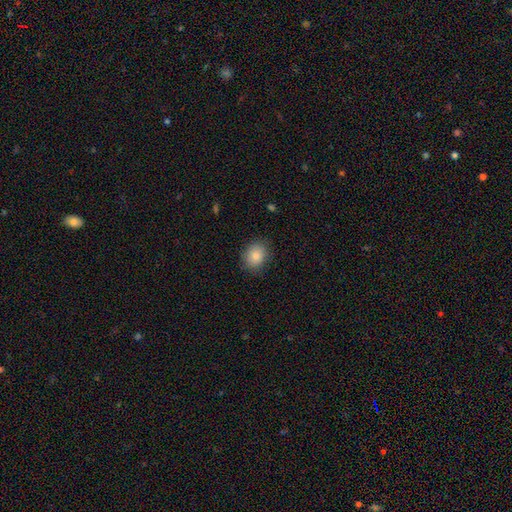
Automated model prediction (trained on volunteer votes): Smooth or featured? Predicted: smooth (p=0.86). How rounded? Predicted: in between (p=0.50). Merging? Predicted: none (p=0.85).